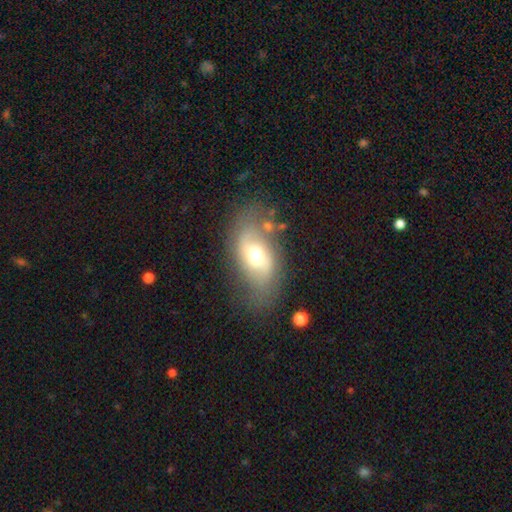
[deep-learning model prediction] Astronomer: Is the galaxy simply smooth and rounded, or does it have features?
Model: featured or disk — 54% (runner-up: smooth, 38%).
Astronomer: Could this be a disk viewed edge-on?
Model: no — 91%.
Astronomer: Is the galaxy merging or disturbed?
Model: none — 69%.